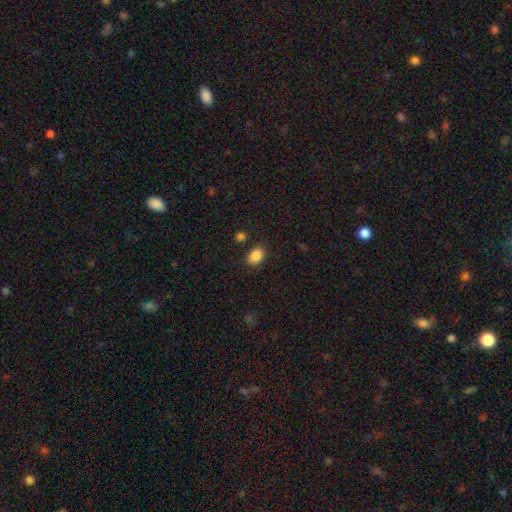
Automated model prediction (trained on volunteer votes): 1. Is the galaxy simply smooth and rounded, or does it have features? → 88% smooth, 9% star or artifact, 4% featured or disk.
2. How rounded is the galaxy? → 74% in between, 25% round, 1% cigar-shaped.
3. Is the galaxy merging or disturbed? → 83% none, 11% minor disturbance, 4% merger, 3% major disturbance.